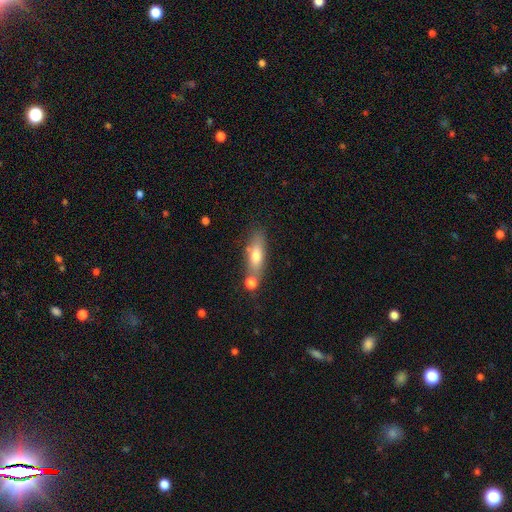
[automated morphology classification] The model was most divided on "how rounded": in between: 51%, cigar-shaped: 45%, round: 4%. More confident: smooth or featured — smooth (67%); merging — none (61%).